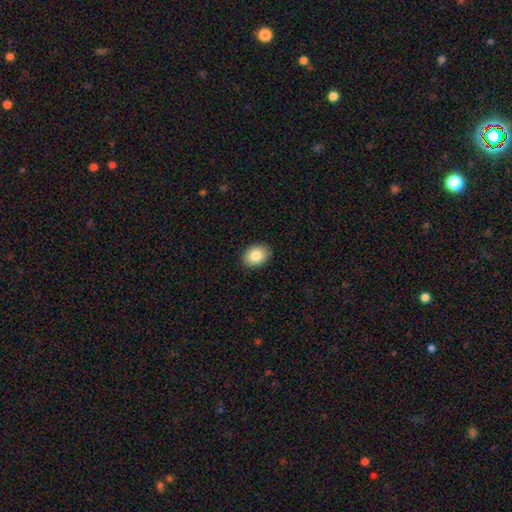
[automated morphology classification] A smooth galaxy with no disk features (84%) that is in between round and cigar-shaped (62%).

Vote fractions:
- Smooth or featured? smooth: 84% / featured or disk: 8% / star or artifact: 8%
- How rounded? in between: 62% / round: 37% / cigar-shaped: 1%
- Merging? none: 90% / minor disturbance: 7% / major disturbance: 2% / merger: 1%